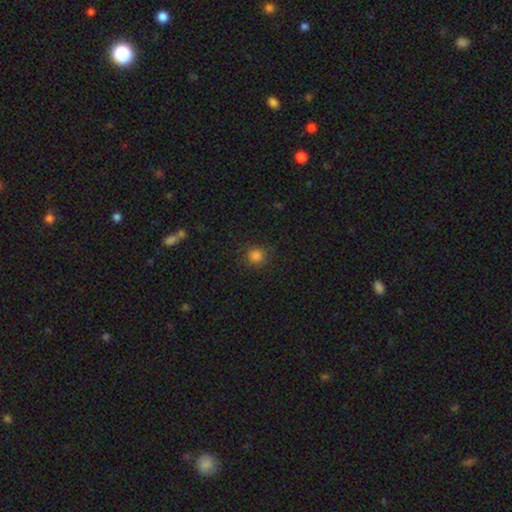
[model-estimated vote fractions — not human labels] Smooth or featured? Predicted: smooth (p=0.82). How rounded? Predicted: round (p=0.86). Merging? Predicted: none (p=0.84).